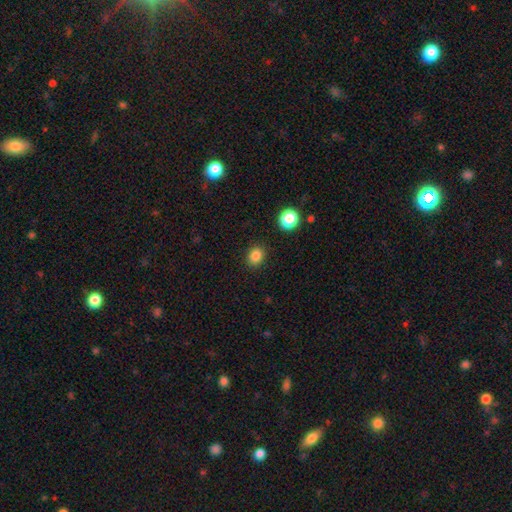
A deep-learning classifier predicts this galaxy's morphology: This is clearly a smooth galaxy (85%). How rounded: possibly round (59%). Merging: clearly none (89%).